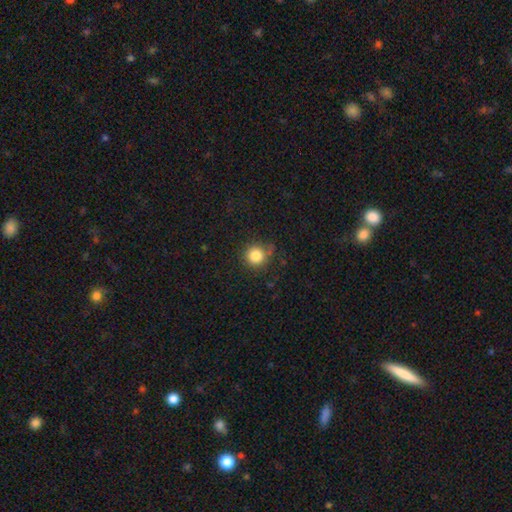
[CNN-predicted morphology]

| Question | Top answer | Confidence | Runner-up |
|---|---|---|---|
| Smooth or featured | smooth | 83% | star or artifact (11%) |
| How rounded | round | 93% | in between (6%) |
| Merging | none | 78% | minor disturbance (14%) |